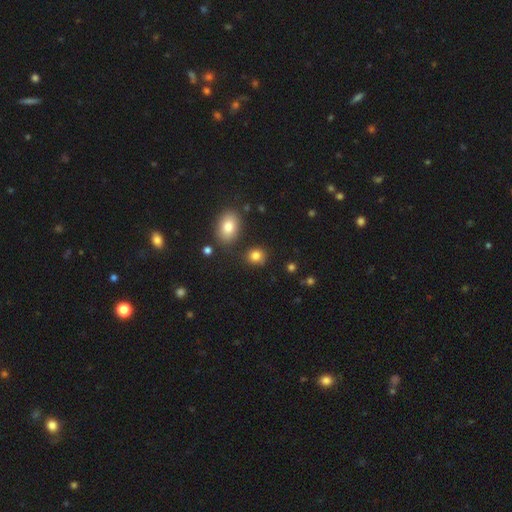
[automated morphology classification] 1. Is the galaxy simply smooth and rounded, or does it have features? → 84% smooth, 11% star or artifact, 6% featured or disk.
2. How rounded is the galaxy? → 72% round, 27% in between, 1% cigar-shaped.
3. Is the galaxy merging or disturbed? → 80% none, 11% minor disturbance, 5% merger, 3% major disturbance.